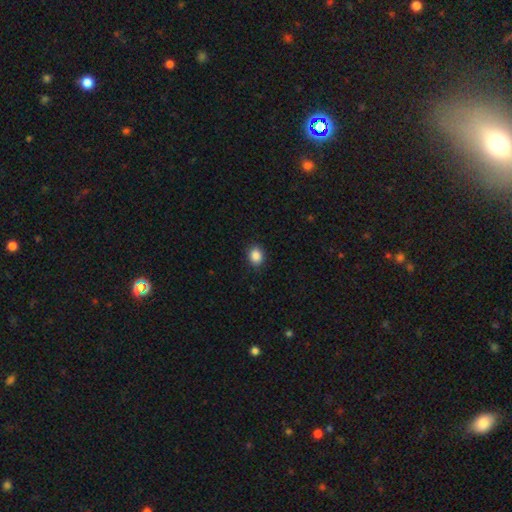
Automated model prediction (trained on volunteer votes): Smooth or featured: smooth — 87% (star or artifact — 9%)
How rounded: round — 56% (in between — 43%)
Merging: none — 89% (minor disturbance — 8%)